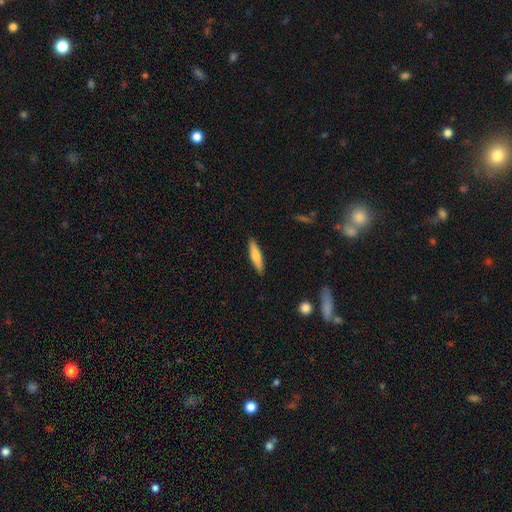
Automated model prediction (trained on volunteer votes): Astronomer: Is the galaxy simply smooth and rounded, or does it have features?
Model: smooth — 69%.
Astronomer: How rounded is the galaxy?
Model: cigar-shaped — 80%.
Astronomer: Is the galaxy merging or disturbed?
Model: none — 89%.